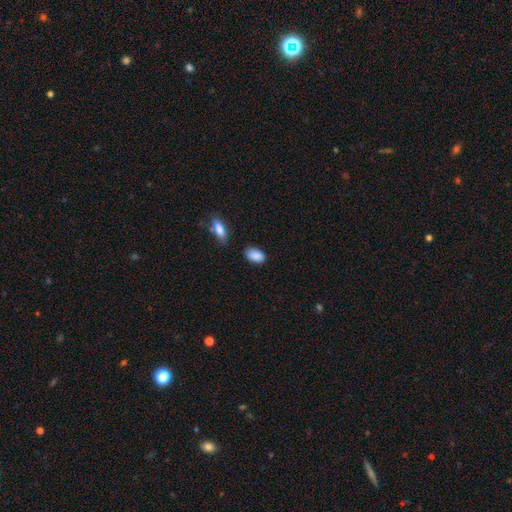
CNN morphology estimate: Smooth or featured?
  - smooth: 89% *
  - star or artifact: 7%
  - featured or disk: 4%
How rounded?
  - in between: 92% *
  - round: 6%
  - cigar-shaped: 2%
Merging?
  - none: 77% *
  - minor disturbance: 17%
  - merger: 3%
  - major disturbance: 3%